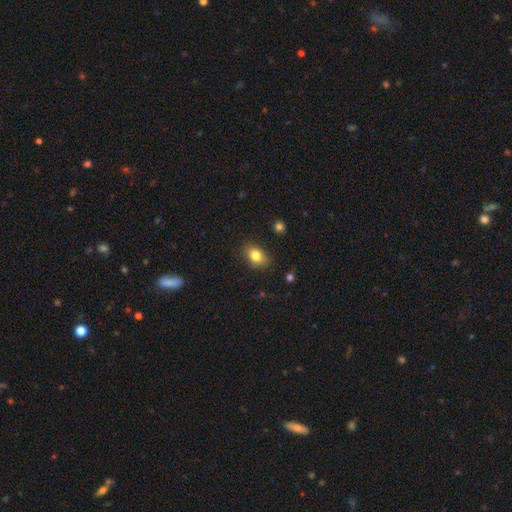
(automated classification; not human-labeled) Overall: smooth (82%). How rounded: in between (76%). Merging: none (82%).